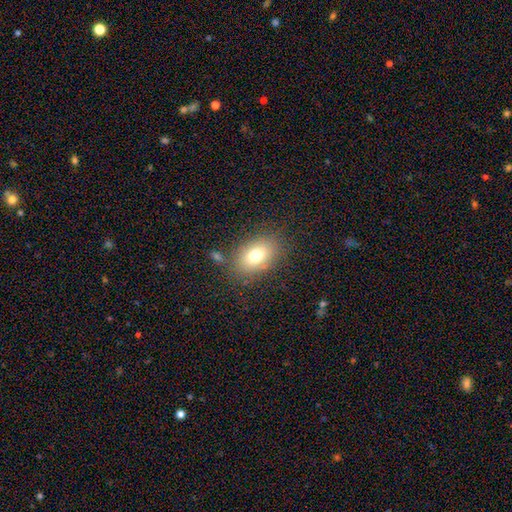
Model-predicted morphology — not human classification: Smooth or featured? Predicted: smooth (p=0.75). How rounded? Predicted: in between (p=0.81). Merging? Predicted: none (p=0.78).